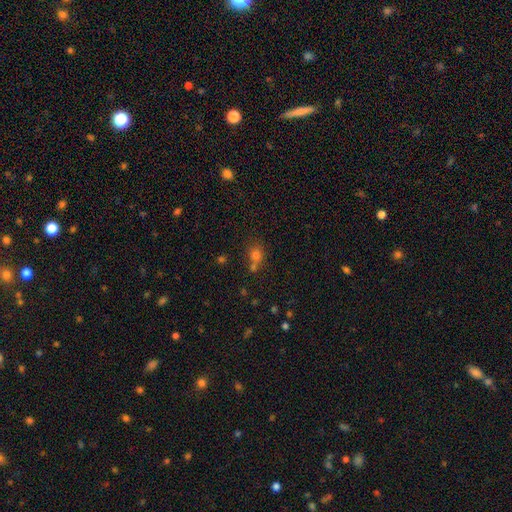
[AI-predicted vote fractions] smooth-or-featured: smooth: 63% | star or artifact: 28% | featured or disk: 9%
  how-rounded: round: 71% | in between: 28% | cigar-shaped: 2%
  merging: none: 57% | merger: 26% | minor disturbance: 11% | major disturbance: 5%